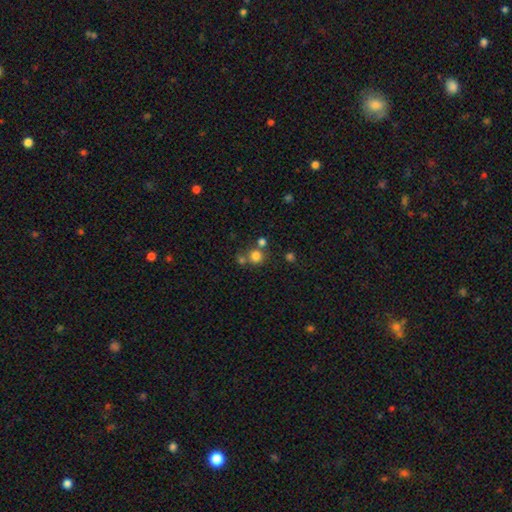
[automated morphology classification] Smooth or featured? smooth (77%)
How rounded? round (90%)
Merging? none (63%)